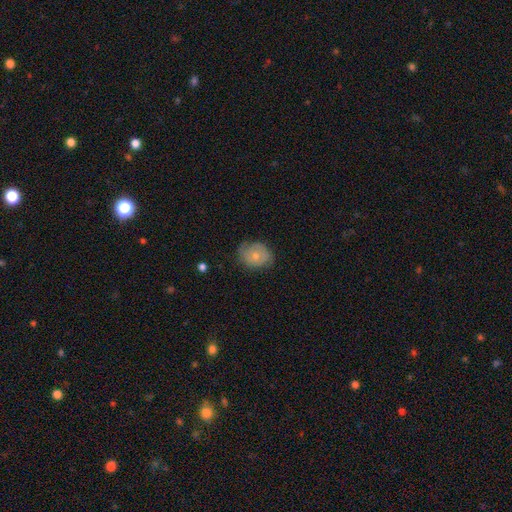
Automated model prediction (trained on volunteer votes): This is possibly a smooth galaxy (55%). How rounded: possibly round (54%). Merging: likely none (65%).